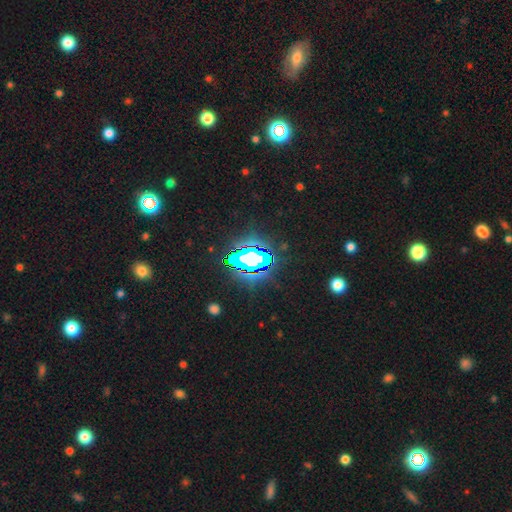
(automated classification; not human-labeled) This appears to be a star or artifact, not a galaxy (70%).